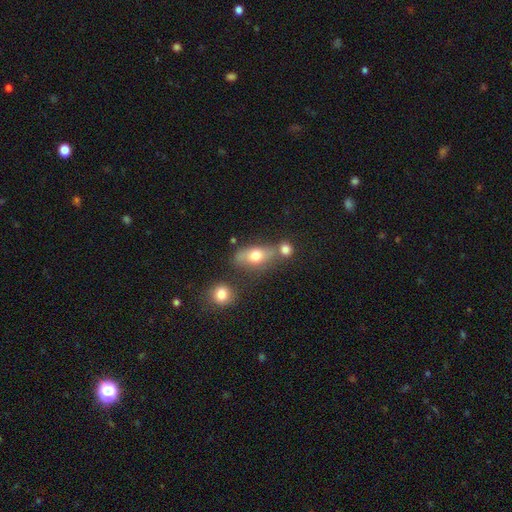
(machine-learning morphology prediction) This appears to be a smooth galaxy with no disk features (70%) that is in between round and cigar-shaped (74%). Merging: none (54%).